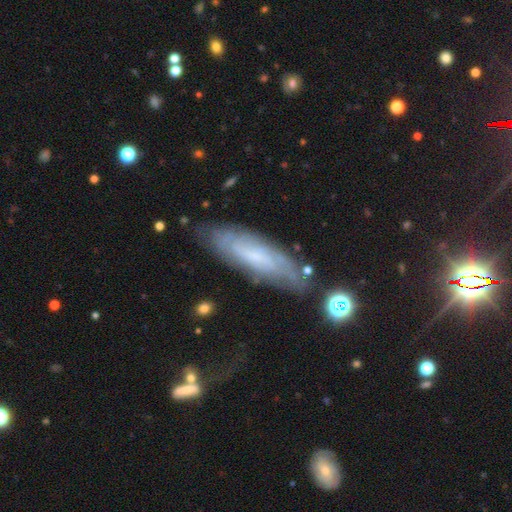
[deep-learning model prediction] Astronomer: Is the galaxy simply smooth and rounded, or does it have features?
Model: featured or disk — 61%.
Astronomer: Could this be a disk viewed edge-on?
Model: no — 73%.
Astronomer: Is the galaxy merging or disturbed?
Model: none — 74%.